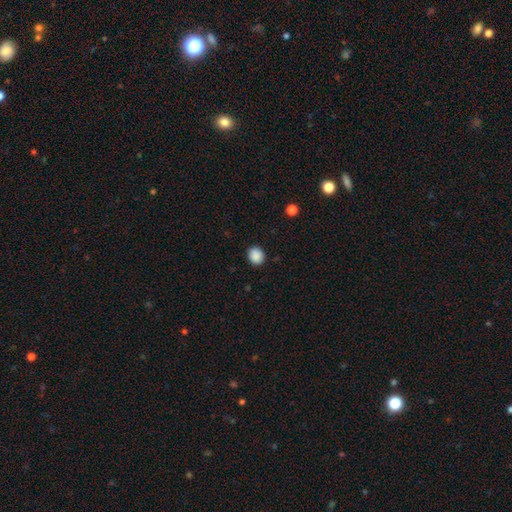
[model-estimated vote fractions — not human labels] This is clearly a smooth galaxy (88%). How rounded: likely round (74%). Merging: clearly none (89%).